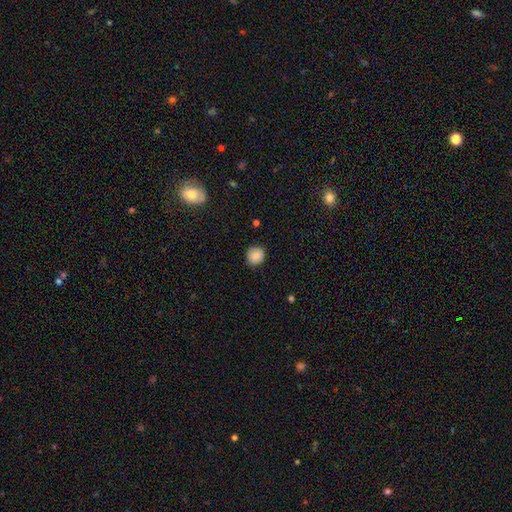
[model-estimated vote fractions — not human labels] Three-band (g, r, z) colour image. It shows a smooth galaxy with no disk features (86%) that is round (86%). Merging: none (86%).